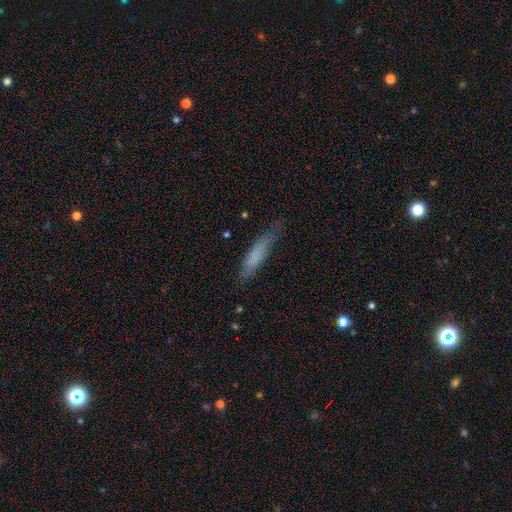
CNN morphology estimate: Q: Smooth or featured?
A: smooth (71%); runner-up: featured or disk (22%)
Q: How rounded?
A: cigar-shaped (82%); runner-up: in between (16%)
Q: Merging?
A: none (70%); runner-up: minor disturbance (22%)